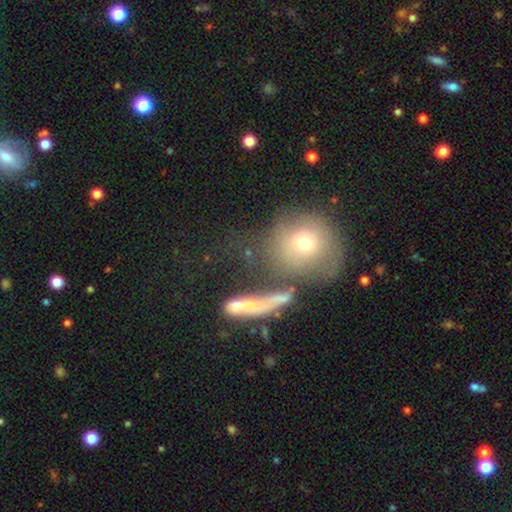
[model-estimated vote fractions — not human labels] Smooth or featured? smooth (46%)
Merging? none (46%)